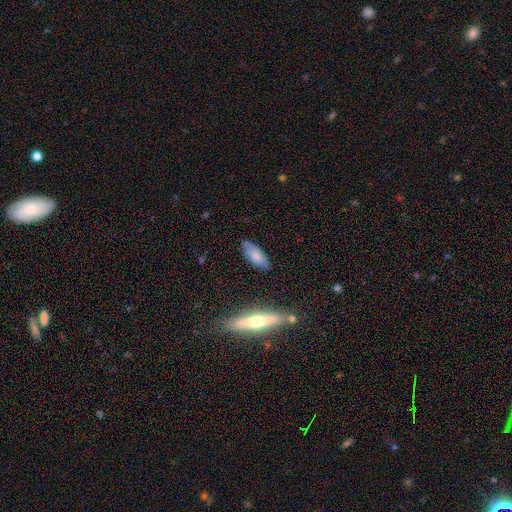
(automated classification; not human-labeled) Smooth or featured? smooth (72%)
How rounded? in between (78%)
Merging? none (75%)